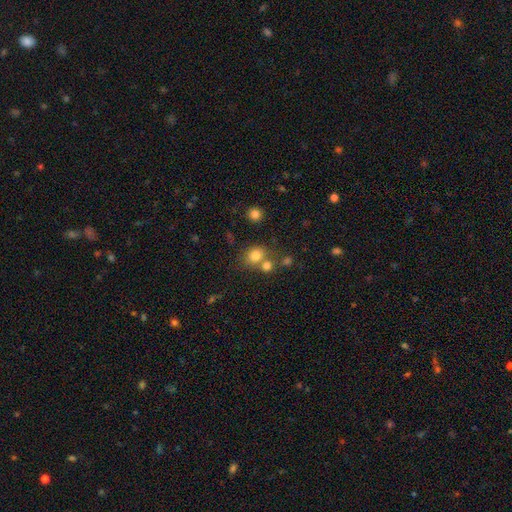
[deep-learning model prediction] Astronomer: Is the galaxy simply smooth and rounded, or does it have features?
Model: smooth — 78%.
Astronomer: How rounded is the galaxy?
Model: round — 69%.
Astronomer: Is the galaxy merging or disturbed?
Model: none — 56%.